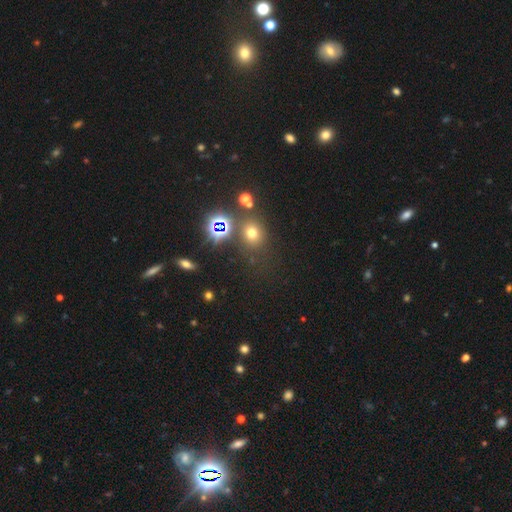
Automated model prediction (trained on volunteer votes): star or artifact 51%, smooth 39%, featured or disk 10%.